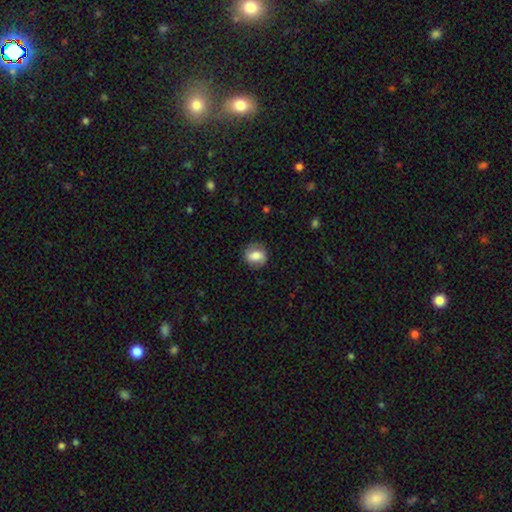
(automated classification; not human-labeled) Smooth or featured? Predicted: smooth (p=0.59). How rounded? Predicted: round (p=0.61). Merging? Predicted: none (p=0.79).